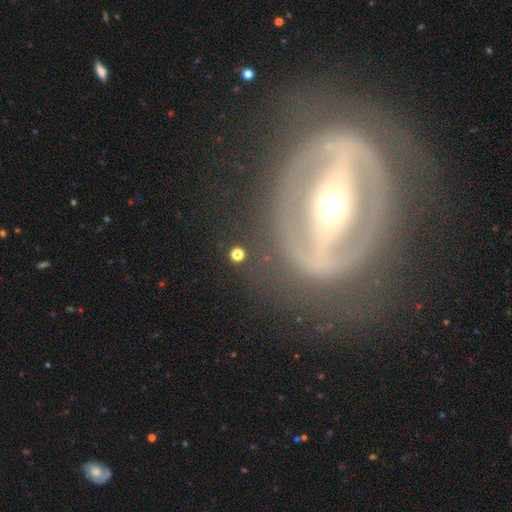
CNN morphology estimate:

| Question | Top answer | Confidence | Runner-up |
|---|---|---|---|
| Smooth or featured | featured or disk | 82% | smooth (11%) |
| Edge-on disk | no | 90% | yes (10%) |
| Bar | strong | 72% | weak (15%) |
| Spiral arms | no | 54% | yes (46%) |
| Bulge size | small | 56% | moderate (37%) |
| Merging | none | 73% | minor disturbance (13%) |